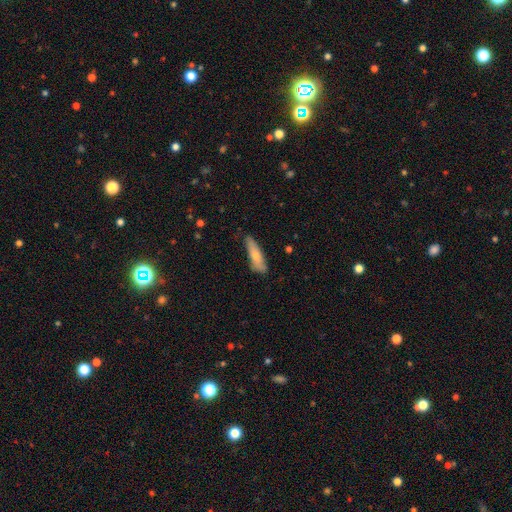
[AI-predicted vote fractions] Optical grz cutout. It shows a smooth galaxy with no disk features (68%) that is cigar-shaped (62%). Merging: none (67%).